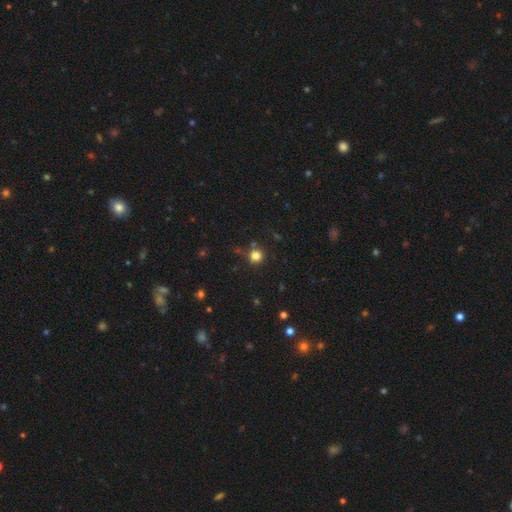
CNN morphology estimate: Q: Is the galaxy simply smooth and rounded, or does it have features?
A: smooth — 80%.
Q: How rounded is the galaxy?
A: round — 94%.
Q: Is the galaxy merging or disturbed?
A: none — 82%.